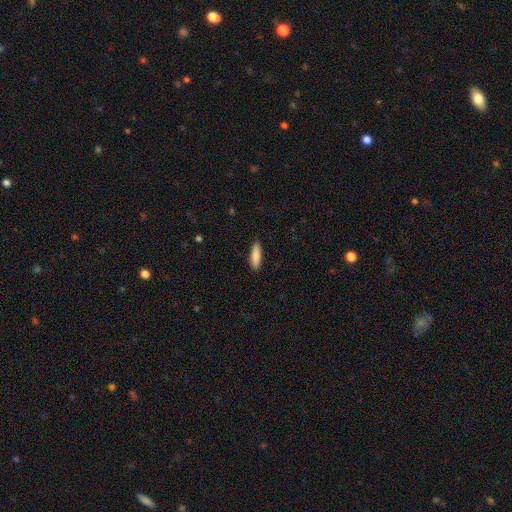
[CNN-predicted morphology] Smooth or featured: smooth — 85% (featured or disk — 9%)
How rounded: cigar-shaped — 65% (in between — 33%)
Merging: none — 89% (minor disturbance — 8%)